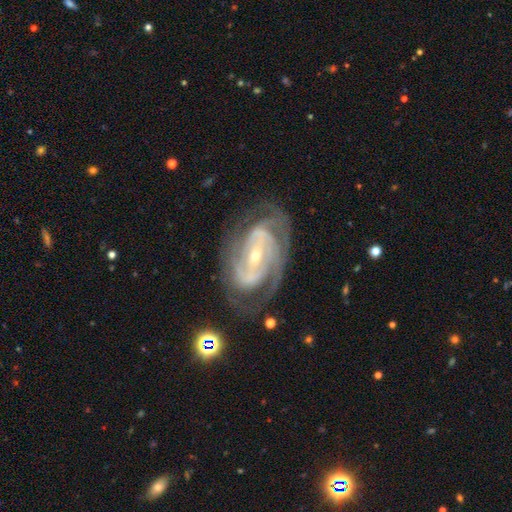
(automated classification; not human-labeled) smooth_or_featured: featured or disk (p=0.90) [alt: star or artifact p=0.05]
disk_edge_on: no (p=0.96) [alt: yes p=0.04]
bar: strong (p=0.41) [alt: weak p=0.36]
has_spiral_arms: yes (p=0.97) [alt: no p=0.03]
spiral_winding: tight (p=0.63) [alt: medium p=0.31]
spiral_arm_count: 2 (p=0.43) [alt: 3 p=0.22]
bulge_size: small (p=0.68) [alt: moderate p=0.29]
merging: none (p=0.69) [alt: minor disturbance p=0.18]